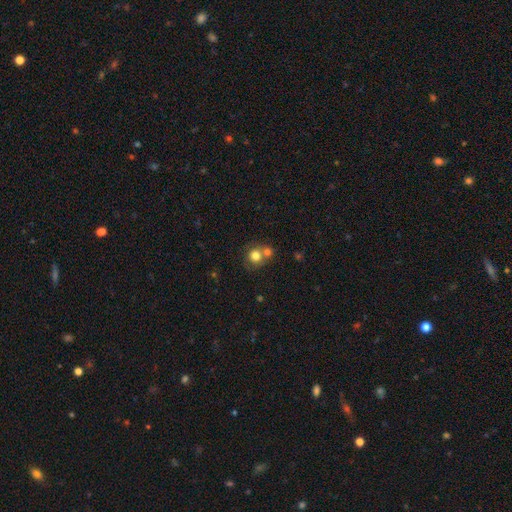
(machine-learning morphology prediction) The model was most divided on "merging": none: 47%, merger: 41%, minor disturbance: 8%, major disturbance: 3%. More confident: how rounded — round (86%); smooth or featured — smooth (77%).